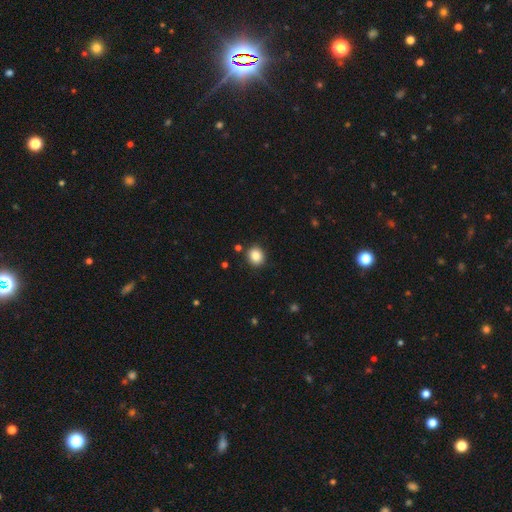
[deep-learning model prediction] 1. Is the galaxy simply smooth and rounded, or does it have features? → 85% smooth, 10% star or artifact, 5% featured or disk.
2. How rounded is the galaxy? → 77% round, 22% in between, 1% cigar-shaped.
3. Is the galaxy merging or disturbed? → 89% none, 7% minor disturbance, 2% merger, 2% major disturbance.